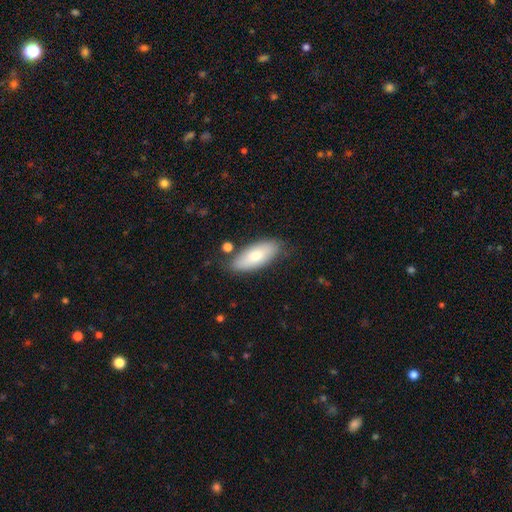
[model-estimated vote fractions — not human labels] Smooth or featured? Predicted: smooth (p=0.72). How rounded? Predicted: in between (p=0.81). Merging? Predicted: none (p=0.75).